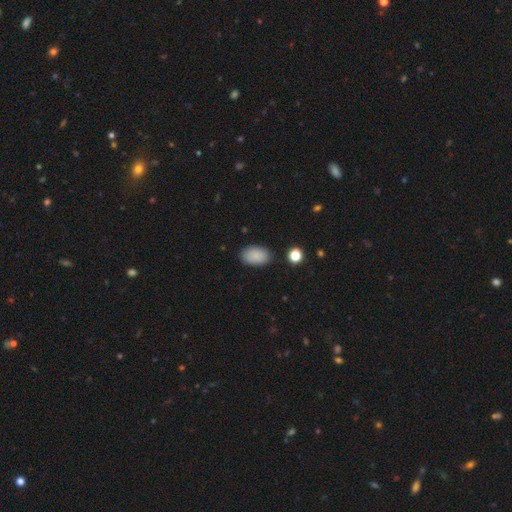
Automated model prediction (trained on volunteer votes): This appears to be a smooth galaxy with no disk features (87%) that is in between round and cigar-shaped (92%). Merging: none (86%).